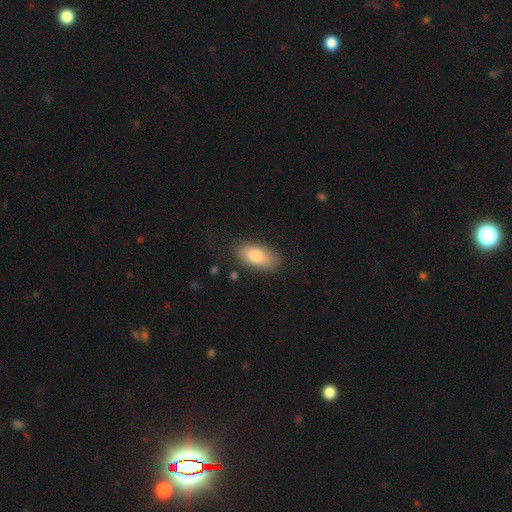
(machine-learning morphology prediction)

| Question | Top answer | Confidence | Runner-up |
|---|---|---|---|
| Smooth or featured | smooth | 81% | featured or disk (12%) |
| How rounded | in between | 91% | cigar-shaped (5%) |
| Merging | none | 78% | minor disturbance (16%) |